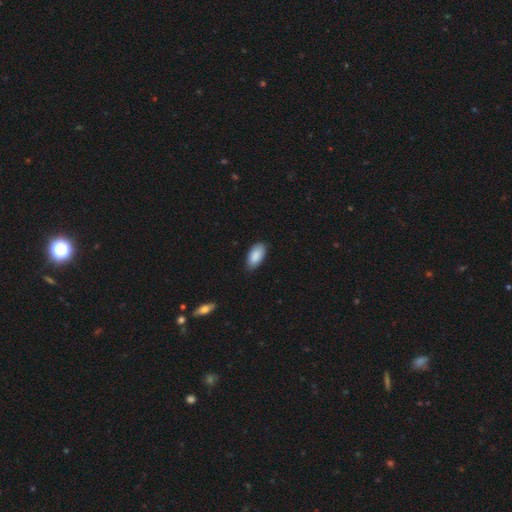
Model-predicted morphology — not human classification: A smooth galaxy with no disk features (89%) that is in between round and cigar-shaped (94%). Merging: none (80%).